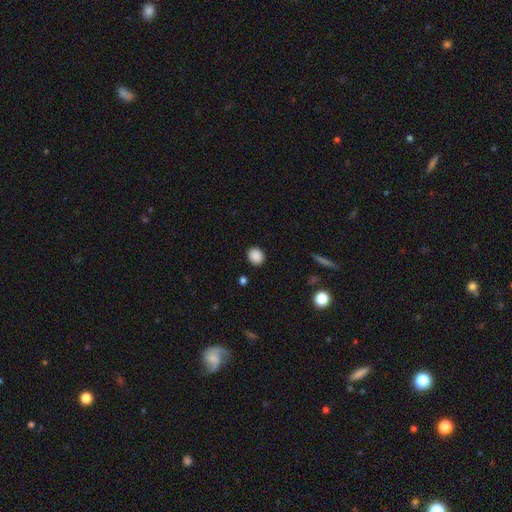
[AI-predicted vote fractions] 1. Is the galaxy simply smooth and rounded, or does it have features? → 88% smooth, 9% star or artifact, 3% featured or disk.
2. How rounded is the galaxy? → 70% round, 29% in between, 1% cigar-shaped.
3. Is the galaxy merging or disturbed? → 89% none, 7% minor disturbance, 2% major disturbance, 1% merger.